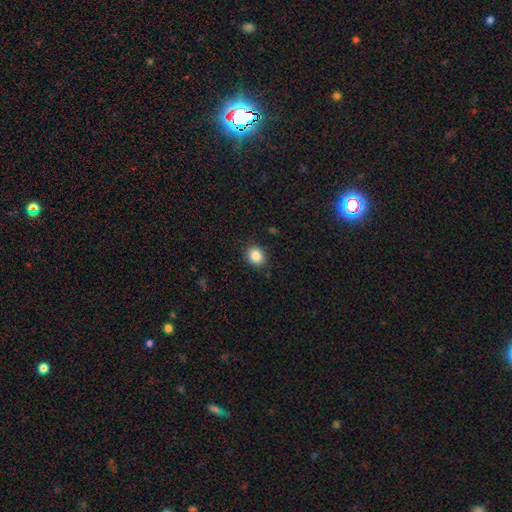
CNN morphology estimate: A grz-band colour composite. It shows a smooth galaxy with no disk features (87%) that is round (59%). Merging: none (88%).